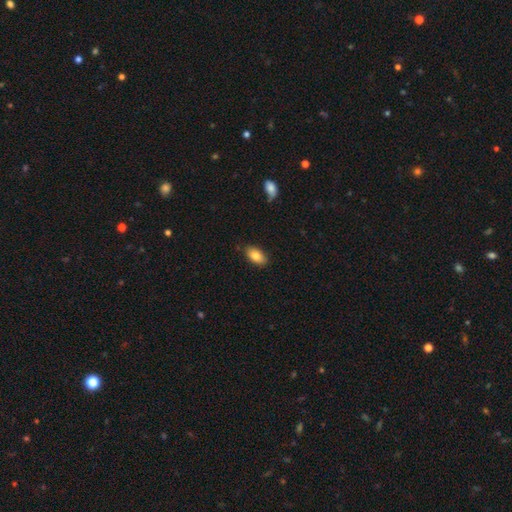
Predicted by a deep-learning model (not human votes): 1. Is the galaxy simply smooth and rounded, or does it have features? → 83% smooth, 9% featured or disk, 7% star or artifact.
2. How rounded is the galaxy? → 92% in between, 5% round, 3% cigar-shaped.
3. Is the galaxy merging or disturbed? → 85% none, 11% minor disturbance, 2% major disturbance, 1% merger.